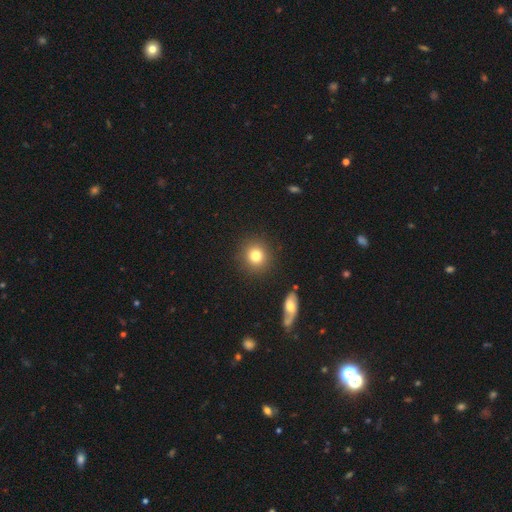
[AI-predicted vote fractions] A smooth galaxy with no disk features (81%) that is round (89%). Merging: none (89%).